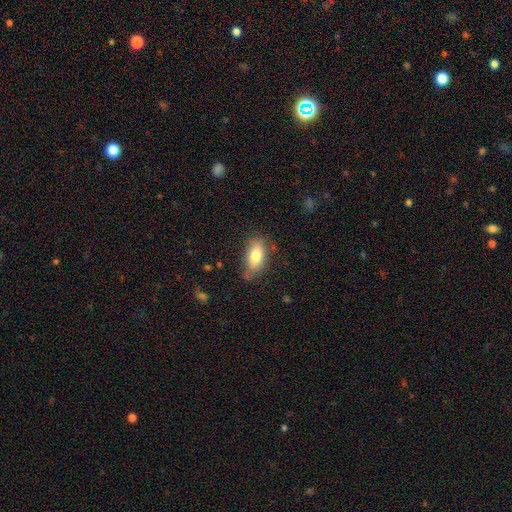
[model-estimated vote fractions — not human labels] Smooth or featured?
  - smooth: 78% *
  - featured or disk: 14%
  - star or artifact: 7%
How rounded?
  - in between: 88% *
  - cigar-shaped: 8%
  - round: 4%
Merging?
  - none: 68% *
  - minor disturbance: 24%
  - major disturbance: 6%
  - merger: 2%